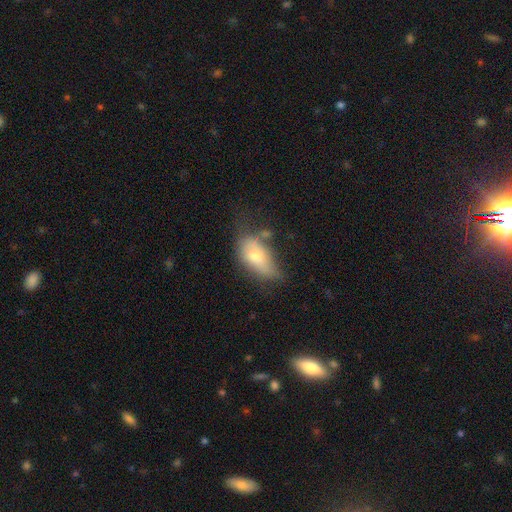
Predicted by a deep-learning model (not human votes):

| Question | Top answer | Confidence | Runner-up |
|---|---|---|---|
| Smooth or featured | smooth | 65% | featured or disk (27%) |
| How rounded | in between | 88% | round (6%) |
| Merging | none | 36% | minor disturbance (34%) |